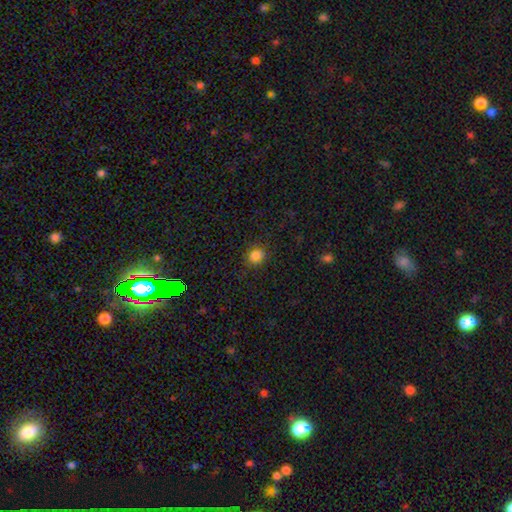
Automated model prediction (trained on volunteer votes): Overall: smooth (83%). How rounded: round (79%). Merging: none (86%).